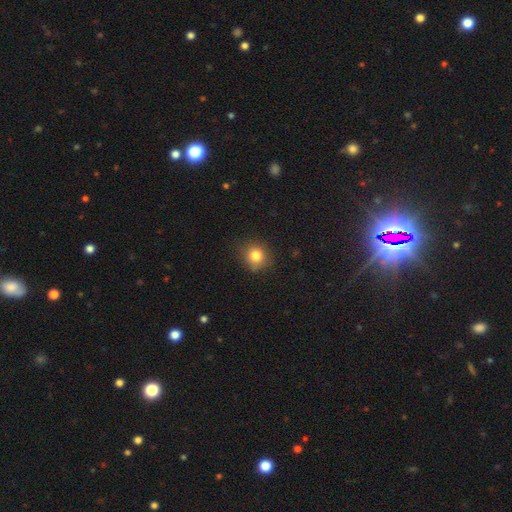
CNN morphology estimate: smooth 81%, star or artifact 11%, featured or disk 7%. Down the decision tree: how rounded — round (85%); merging — none (81%).